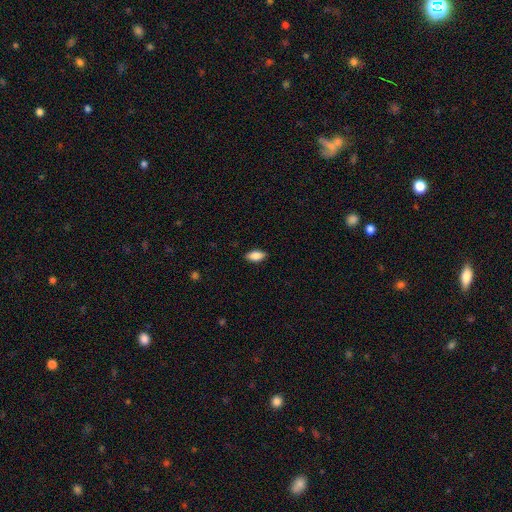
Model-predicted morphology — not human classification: A smooth galaxy with no disk features (86%) that is in between round and cigar-shaped (90%). Merging: none (87%).